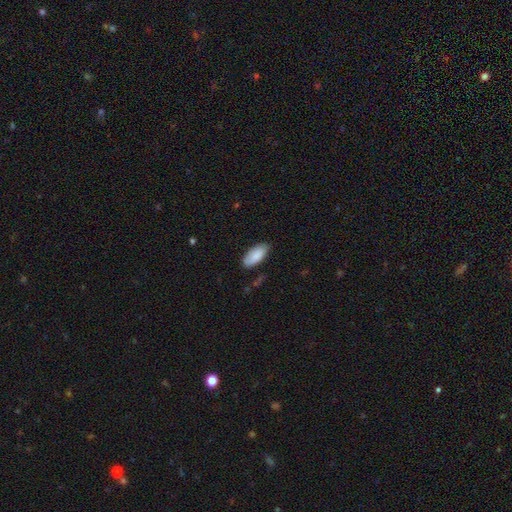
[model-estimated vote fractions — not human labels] smooth 86%, featured or disk 8%, star or artifact 6%. Down the decision tree: how rounded — in between (89%); merging — none (77%).